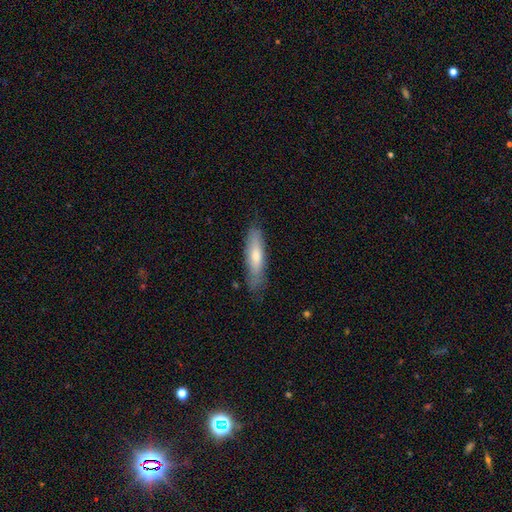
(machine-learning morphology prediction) Smooth or featured: smooth — 65% (featured or disk — 29%)
How rounded: cigar-shaped — 73% (in between — 26%)
Merging: none — 75% (minor disturbance — 19%)